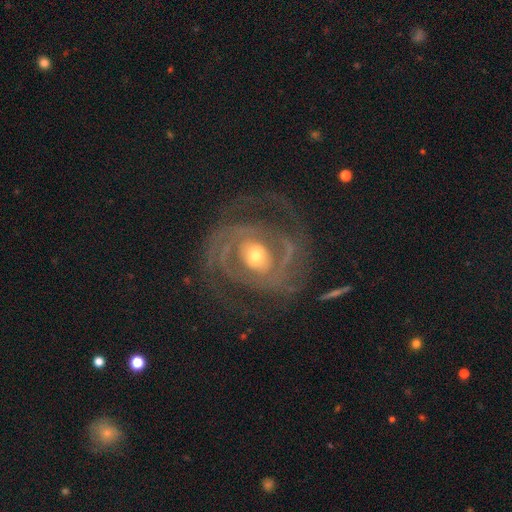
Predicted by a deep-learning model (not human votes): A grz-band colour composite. It shows a featured or disk galaxy (89%) with no bar (53%), 2 (47%) tight (51%) spiral arms (92%) and a moderate central bulge (56%). Merging: none (67%).